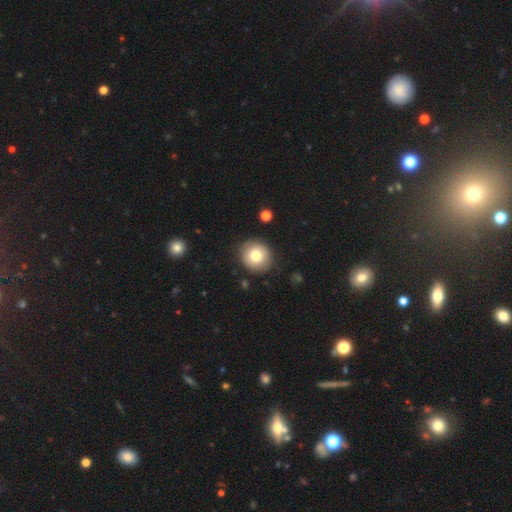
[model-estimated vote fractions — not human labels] A smooth galaxy with no disk features (78%) that is round (89%).

Vote fractions:
- Smooth or featured? smooth: 78% / featured or disk: 13% / star or artifact: 9%
- How rounded? round: 89% / in between: 10% / cigar-shaped: 1%
- Merging? none: 88% / minor disturbance: 8% / major disturbance: 2% / merger: 1%